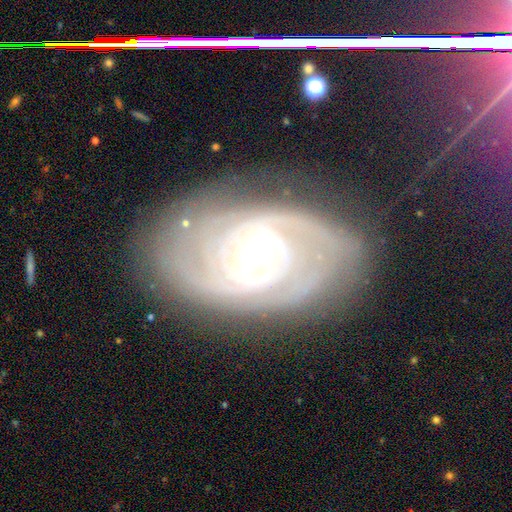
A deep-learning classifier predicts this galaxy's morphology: A featured or disk galaxy (88%) with a weak bar (40%), tight (78%) spiral arms (96%) and a moderate central bulge (68%).

Vote fractions:
- Smooth or featured? featured or disk: 88% / smooth: 7% / star or artifact: 5%
- Edge-on disk? no: 96% / yes: 4%
- Bar? weak: 40% / no: 37% / strong: 23%
- Spiral arms? yes: 96% / no: 4%
- Spiral winding? tight: 78% / medium: 18% / loose: 4%
- Spiral arm count? can't tell: 29% / 2: 25% / 3: 20% / 4: 11% / more than 4: 8% / 1: 7%
- Bulge size? moderate: 68% / large: 18% / small: 11% / dominant: 2% / none: 1%
- Merging? none: 77% / minor disturbance: 15% / major disturbance: 6% / merger: 1%